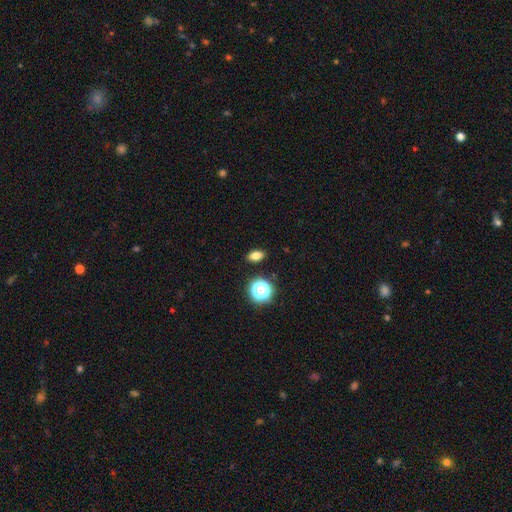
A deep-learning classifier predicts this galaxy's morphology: Smooth or featured?
  - smooth: 78% *
  - star or artifact: 16%
  - featured or disk: 7%
How rounded?
  - in between: 80% *
  - round: 16%
  - cigar-shaped: 4%
Merging?
  - none: 89% *
  - minor disturbance: 8%
  - major disturbance: 2%
  - merger: 2%